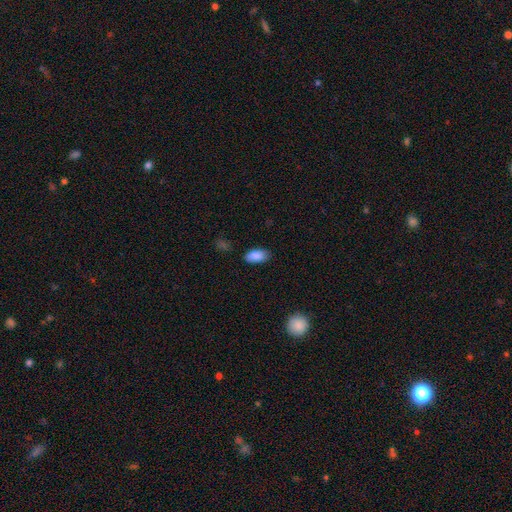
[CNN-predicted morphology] Overall: smooth (89%). How rounded: in between (93%). Merging: none (82%).